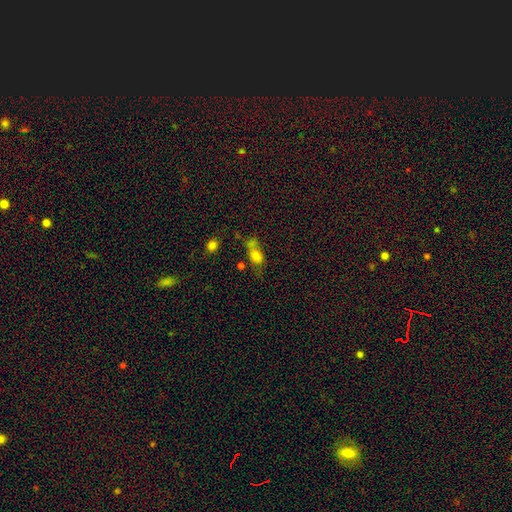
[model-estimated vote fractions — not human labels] Smooth or featured? Predicted: smooth (p=0.70). How rounded? Predicted: in between (p=0.68). Merging? Predicted: none (p=0.34, tied with merger).